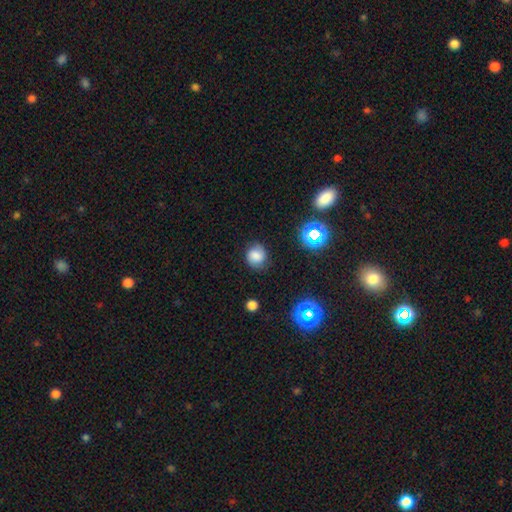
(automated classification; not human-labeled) smooth 68%, featured or disk 18%, star or artifact 15%. Down the decision tree: how rounded — round (80%); merging — none (79%).